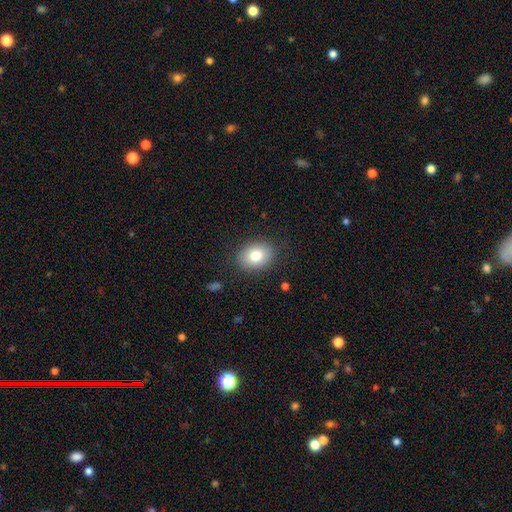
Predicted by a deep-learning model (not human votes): Smooth or featured: smooth — 81% (featured or disk — 11%)
How rounded: in between — 61% (round — 39%)
Merging: none — 85% (minor disturbance — 11%)